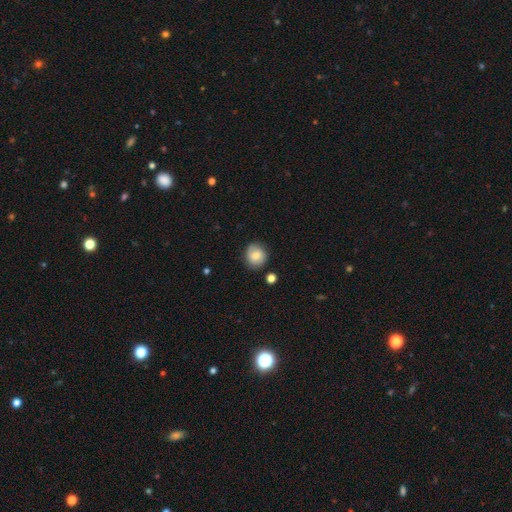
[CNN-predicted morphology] Smooth or featured: smooth — 69% (featured or disk — 22%)
How rounded: round — 83% (in between — 16%)
Merging: none — 80% (minor disturbance — 14%)